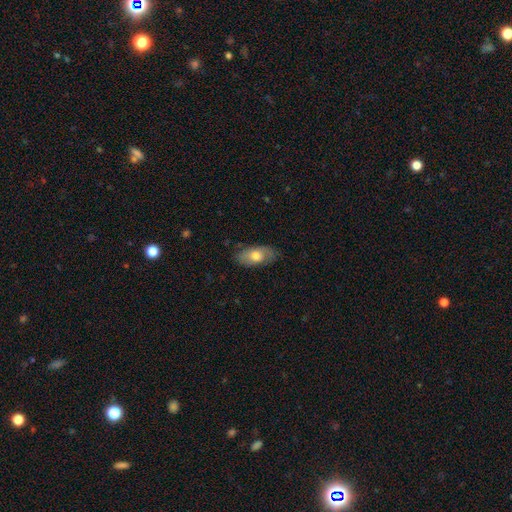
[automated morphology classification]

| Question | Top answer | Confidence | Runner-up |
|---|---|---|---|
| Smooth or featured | smooth | 66% | featured or disk (28%) |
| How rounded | in between | 91% | cigar-shaped (5%) |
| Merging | none | 77% | minor disturbance (18%) |